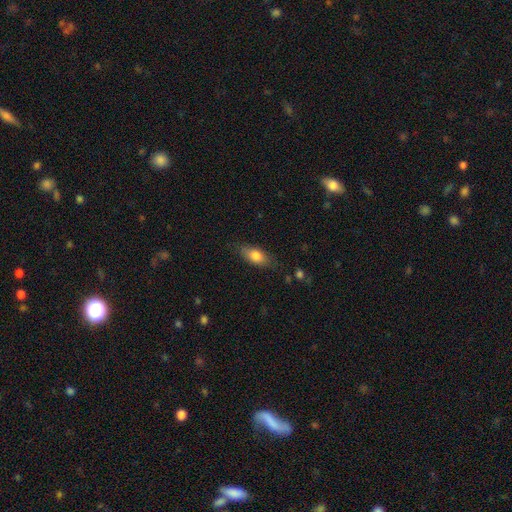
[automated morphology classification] Smooth or featured: smooth — 79% (featured or disk — 14%)
How rounded: in between — 83% (cigar-shaped — 13%)
Merging: none — 78% (minor disturbance — 16%)